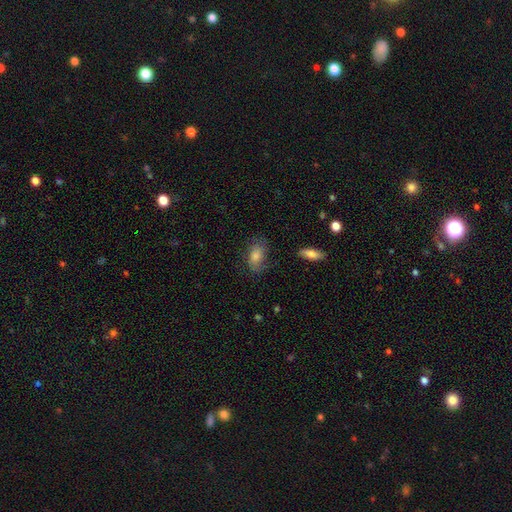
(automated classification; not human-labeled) Morphology: type=smooth (51%); roundness=in between (82%); merging=none (69%).